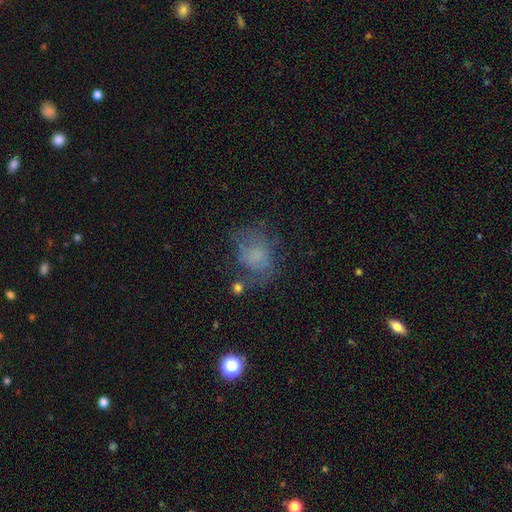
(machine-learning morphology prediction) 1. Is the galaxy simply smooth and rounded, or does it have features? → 51% smooth, 34% featured or disk, 16% star or artifact.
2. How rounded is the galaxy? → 53% in between, 46% round, 1% cigar-shaped.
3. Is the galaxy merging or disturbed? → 50% none, 23% minor disturbance, 23% major disturbance, 4% merger.